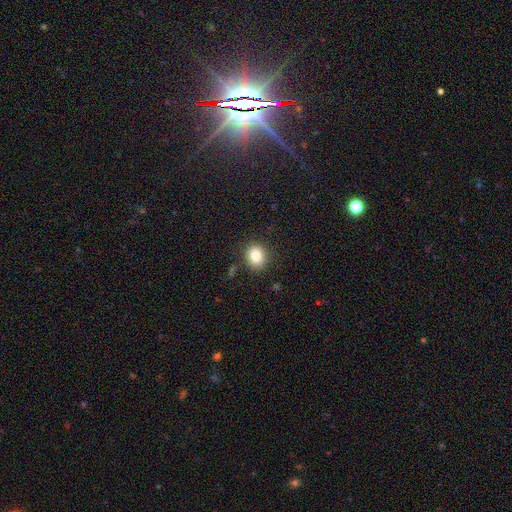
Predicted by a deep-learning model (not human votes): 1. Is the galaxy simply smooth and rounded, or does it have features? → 82% smooth, 10% star or artifact, 7% featured or disk.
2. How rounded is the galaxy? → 66% round, 33% in between, 1% cigar-shaped.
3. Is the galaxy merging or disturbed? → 86% none, 9% minor disturbance, 3% major disturbance, 2% merger.